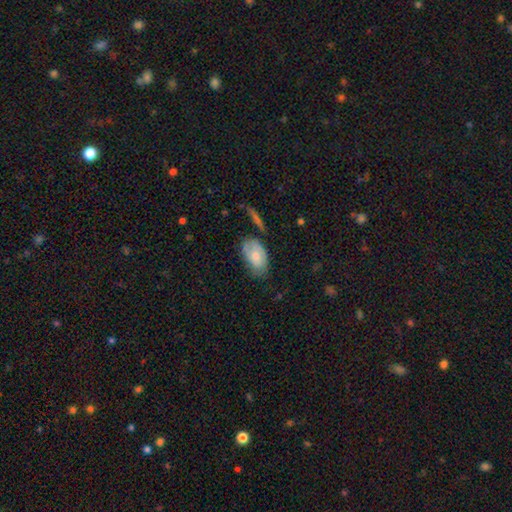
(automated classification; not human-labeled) The model was most divided on "merging": none: 54%, minor disturbance: 31%, major disturbance: 10%, merger: 4%. More confident: how rounded — in between (92%); smooth or featured — smooth (65%).